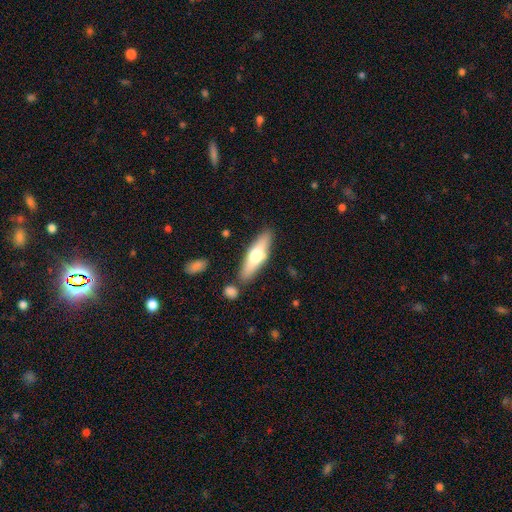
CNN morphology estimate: smooth 55%, featured or disk 40%, star or artifact 6%. Down the decision tree: how rounded — cigar-shaped (61%); merging — none (80%).